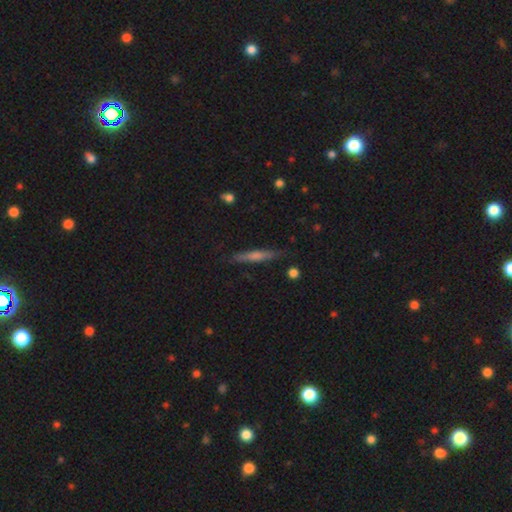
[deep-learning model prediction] Smooth or featured? featured or disk (56%)
Edge-on disk? yes (95%)
Edge-on bulge? rounded (65%)
Merging? none (88%)